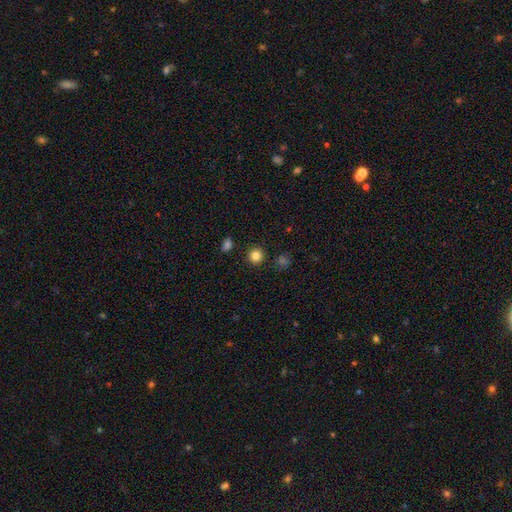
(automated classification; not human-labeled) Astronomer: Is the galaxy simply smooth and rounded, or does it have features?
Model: smooth — 83%.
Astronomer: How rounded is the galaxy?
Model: round — 93%.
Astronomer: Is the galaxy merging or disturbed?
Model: none — 90%.